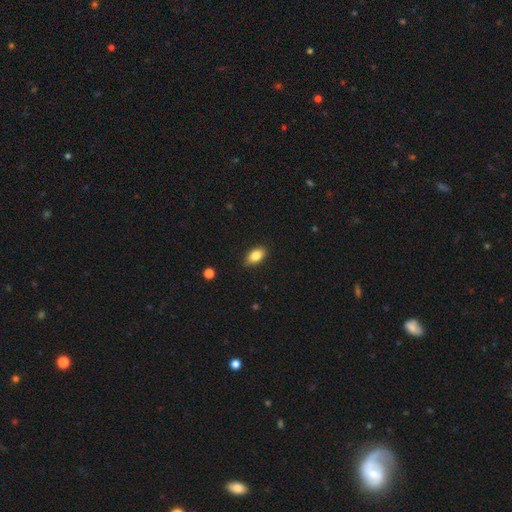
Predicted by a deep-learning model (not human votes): A smooth galaxy with no disk features (84%) that is in between round and cigar-shaped (90%). Merging: none (86%).